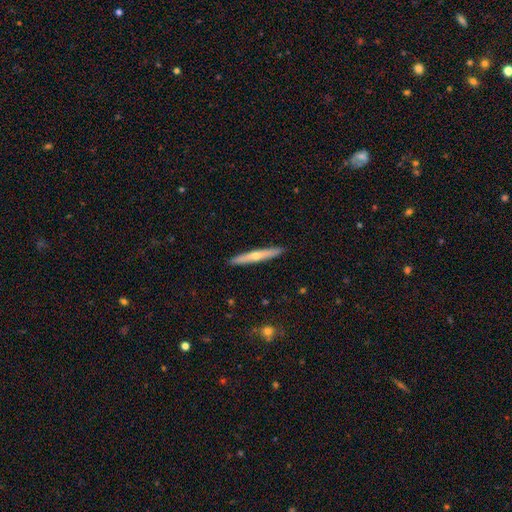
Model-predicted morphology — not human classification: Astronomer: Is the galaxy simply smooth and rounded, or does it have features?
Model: featured or disk — 49% (runner-up: smooth, 45%).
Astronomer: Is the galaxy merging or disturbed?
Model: none — 91%.